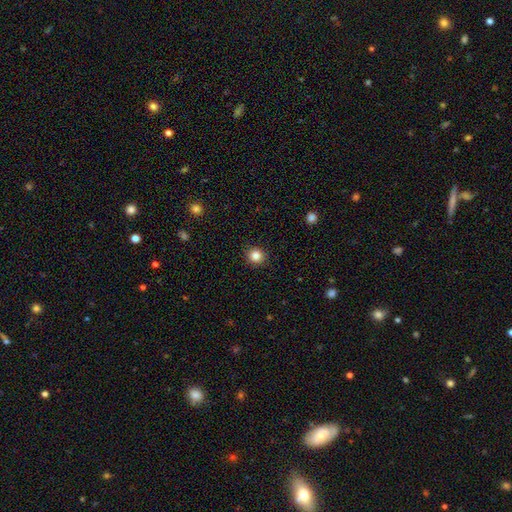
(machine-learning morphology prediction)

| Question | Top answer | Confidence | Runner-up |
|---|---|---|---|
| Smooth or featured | smooth | 84% | star or artifact (11%) |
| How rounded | round | 90% | in between (9%) |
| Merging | none | 91% | minor disturbance (6%) |